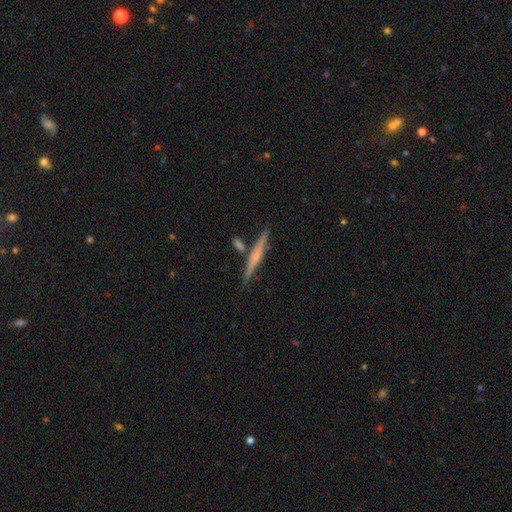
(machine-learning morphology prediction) Smooth or featured? featured or disk (54%)
Edge-on disk? yes (97%)
Edge-on bulge? none (48%)
Merging? none (81%)